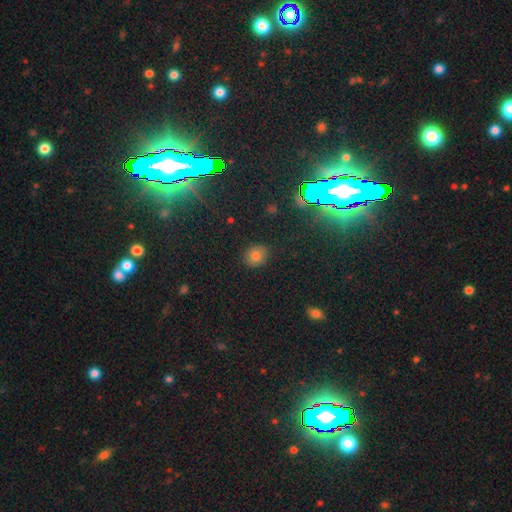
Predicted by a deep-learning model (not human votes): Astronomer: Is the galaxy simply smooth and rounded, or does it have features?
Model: smooth — 76%.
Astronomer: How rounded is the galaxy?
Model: round — 77%.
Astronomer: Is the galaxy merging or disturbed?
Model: none — 87%.